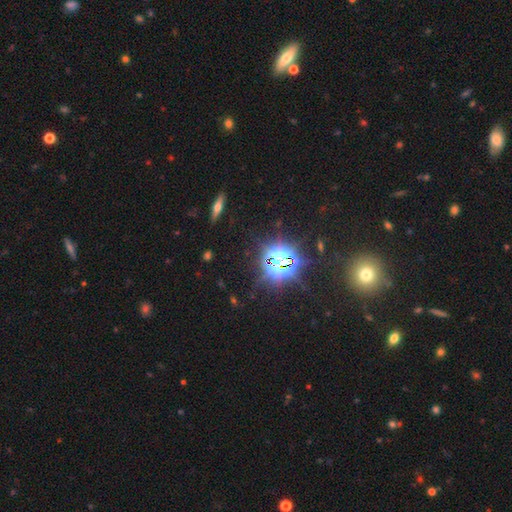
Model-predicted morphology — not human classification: This is likely a star or artifact rather than a galaxy (77%).